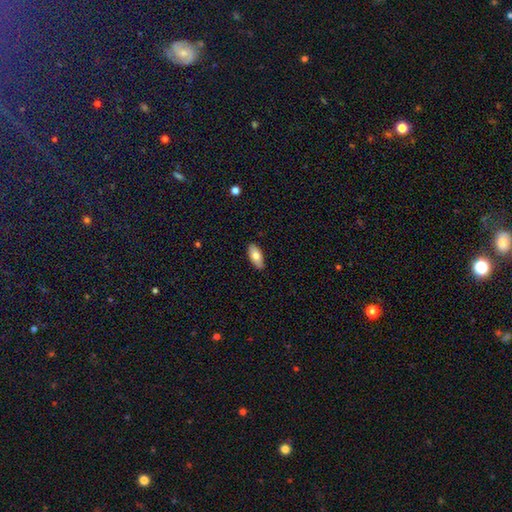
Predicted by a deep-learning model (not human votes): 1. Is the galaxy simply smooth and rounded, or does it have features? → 73% smooth, 20% featured or disk, 6% star or artifact.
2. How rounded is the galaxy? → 88% in between, 9% cigar-shaped, 2% round.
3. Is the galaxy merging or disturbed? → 86% none, 11% minor disturbance, 2% major disturbance, 1% merger.